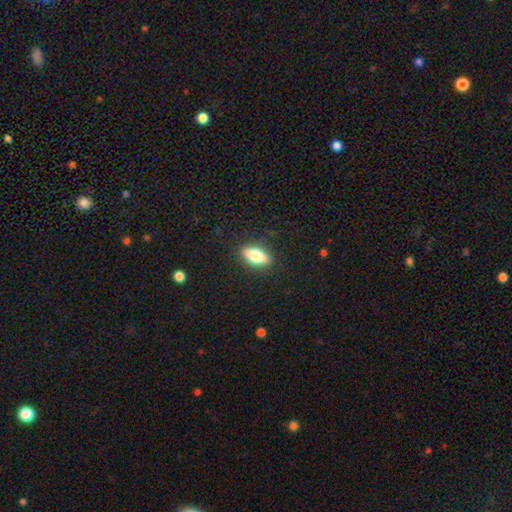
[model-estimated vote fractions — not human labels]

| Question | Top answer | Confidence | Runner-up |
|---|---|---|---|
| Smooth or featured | smooth | 69% | featured or disk (24%) |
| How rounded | in between | 73% | cigar-shaped (23%) |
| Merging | none | 87% | minor disturbance (9%) |